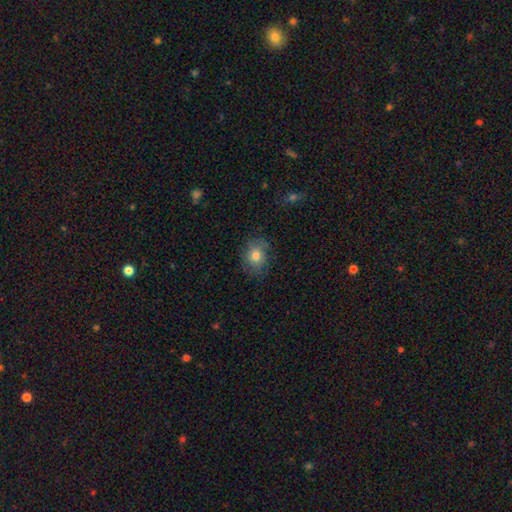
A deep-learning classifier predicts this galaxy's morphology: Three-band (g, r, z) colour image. It shows a smooth galaxy with no disk features (77%) that is round (53%). Merging: none (75%).